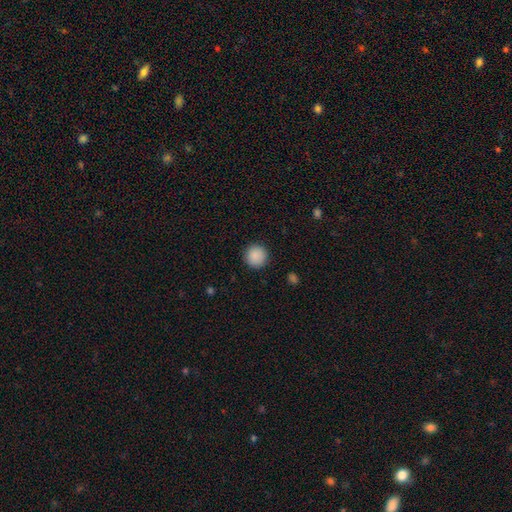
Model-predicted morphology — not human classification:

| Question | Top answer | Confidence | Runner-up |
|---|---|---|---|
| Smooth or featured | smooth | 89% | star or artifact (8%) |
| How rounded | round | 96% | in between (3%) |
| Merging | none | 92% | minor disturbance (5%) |